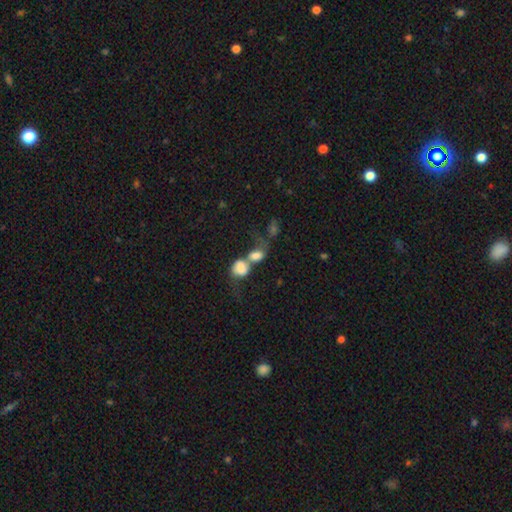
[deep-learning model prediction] smooth_or_featured: smooth (p=0.70) [alt: featured or disk p=0.20]
how_rounded: in between (p=0.64) [alt: round p=0.34]
merging: merger (p=0.72) [alt: none p=0.12]